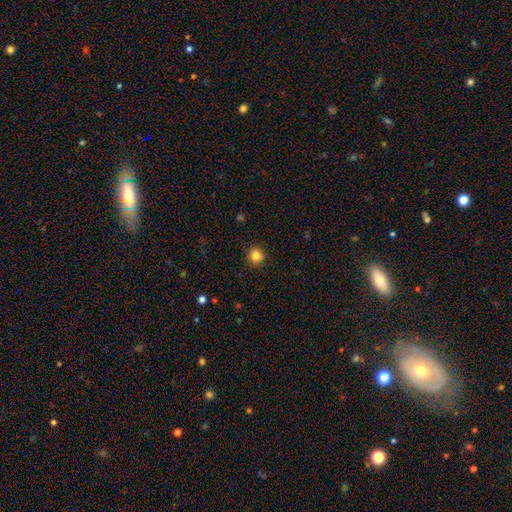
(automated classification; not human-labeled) smooth 83%, star or artifact 12%, featured or disk 5%. Down the decision tree: how rounded — round (91%); merging — none (90%).